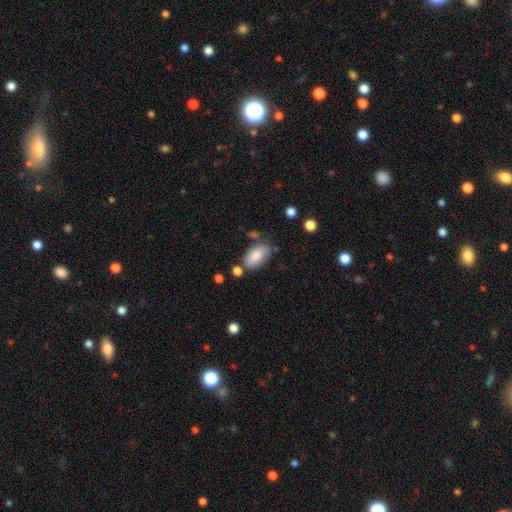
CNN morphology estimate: A smooth galaxy with no disk features (85%) that is in between round and cigar-shaped (94%).

Vote fractions:
- Smooth or featured? smooth: 85% / featured or disk: 9% / star or artifact: 7%
- How rounded? in between: 94% / round: 4% / cigar-shaped: 3%
- Merging? none: 69% / minor disturbance: 19% / merger: 7% / major disturbance: 5%